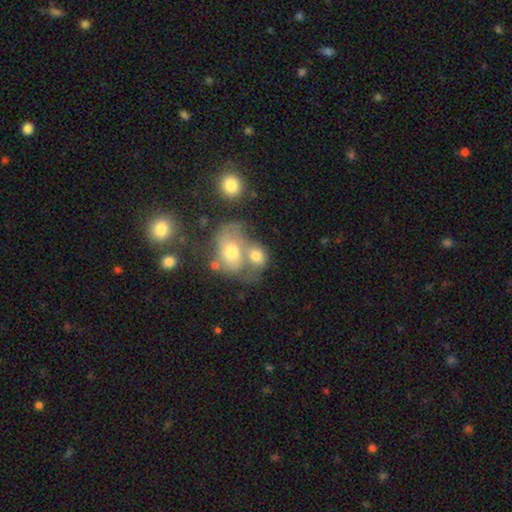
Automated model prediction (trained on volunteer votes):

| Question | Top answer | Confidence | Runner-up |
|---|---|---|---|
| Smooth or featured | smooth | 63% | featured or disk (25%) |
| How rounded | in between | 55% | round (43%) |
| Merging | merger | 62% | none (20%) |